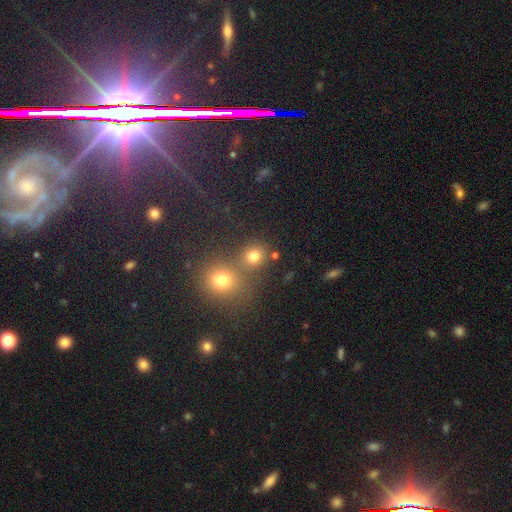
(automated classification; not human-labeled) This is likely a smooth galaxy (73%). How rounded: clearly round (85%). Merging: likely none (67%).